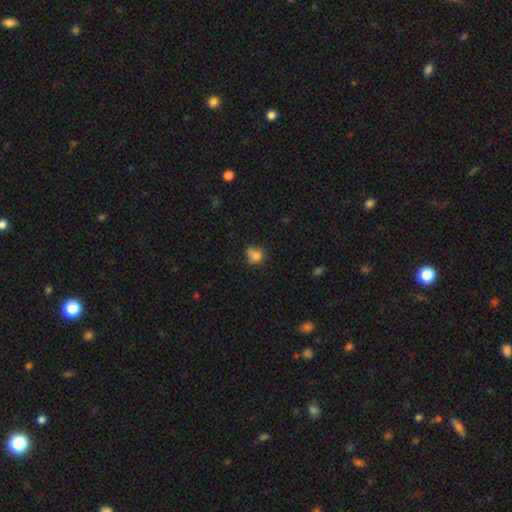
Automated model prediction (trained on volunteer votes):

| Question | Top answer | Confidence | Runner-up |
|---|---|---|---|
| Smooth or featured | smooth | 75% | featured or disk (13%) |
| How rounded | round | 66% | in between (33%) |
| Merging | none | 41% | merger (26%) |